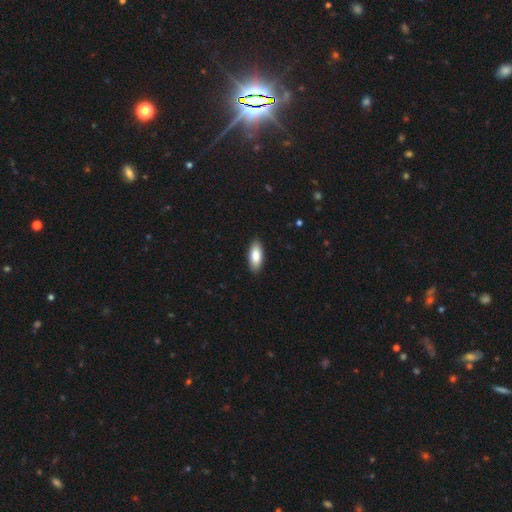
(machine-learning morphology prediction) smooth_or_featured: smooth (p=0.86) [alt: featured or disk p=0.08]
how_rounded: in between (p=0.81) [alt: cigar-shaped p=0.17]
merging: none (p=0.89) [alt: minor disturbance p=0.08]